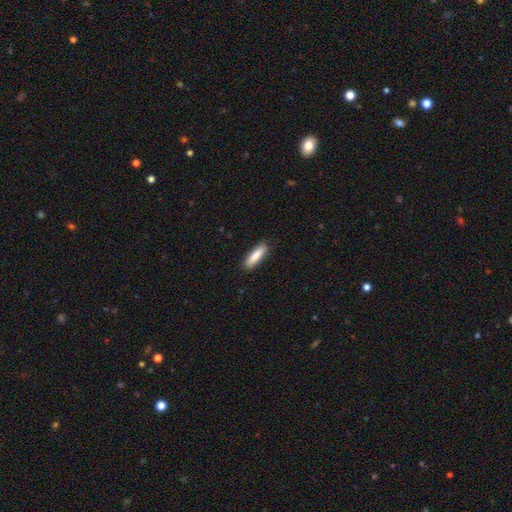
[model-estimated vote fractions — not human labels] This appears to be a smooth galaxy with no disk features (86%) that is cigar-shaped (66%). Merging: none (89%).